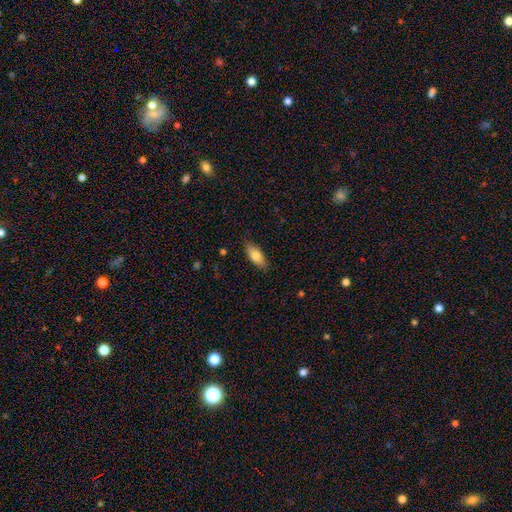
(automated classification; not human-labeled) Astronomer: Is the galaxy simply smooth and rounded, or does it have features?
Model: smooth — 80%.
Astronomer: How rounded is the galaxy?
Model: in between — 83%.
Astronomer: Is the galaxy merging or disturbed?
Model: none — 85%.